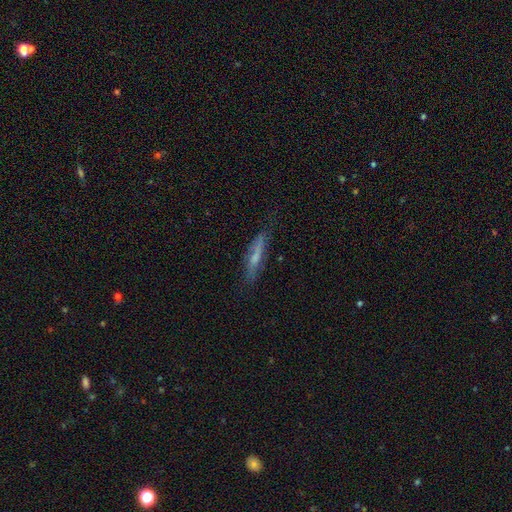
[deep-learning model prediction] smooth-or-featured: smooth: 48% | featured or disk: 44% | star or artifact: 8%
  merging: none: 74% | minor disturbance: 19% | major disturbance: 5% | merger: 2%